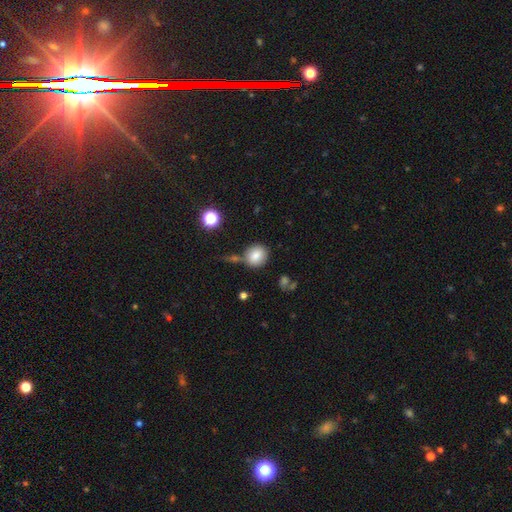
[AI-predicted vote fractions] This is clearly a smooth galaxy (82%). How rounded: likely round (78%). Merging: likely none (70%).